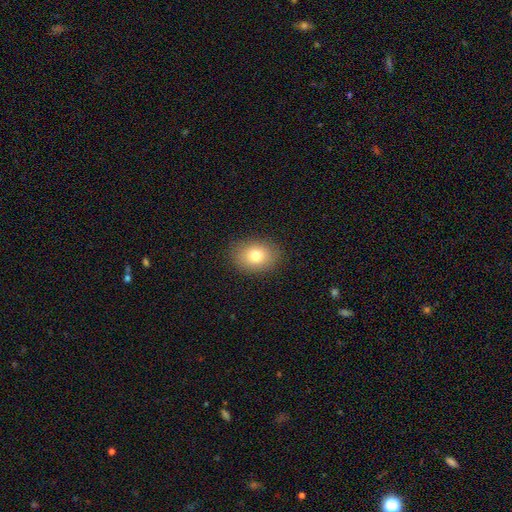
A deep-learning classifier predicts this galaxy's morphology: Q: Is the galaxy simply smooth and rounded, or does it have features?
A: smooth — 78%.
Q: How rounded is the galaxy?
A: in between — 59%.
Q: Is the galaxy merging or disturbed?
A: none — 87%.